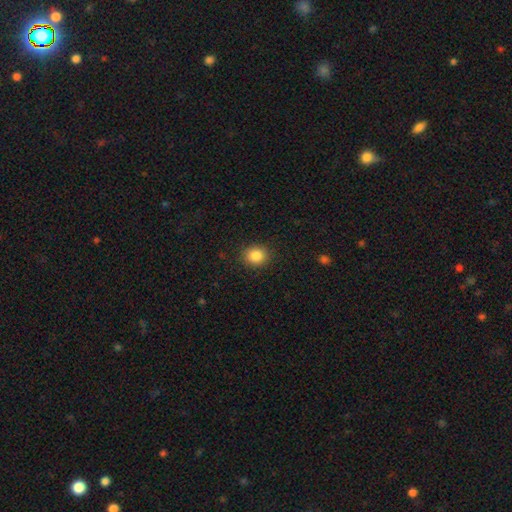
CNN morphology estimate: The model was most divided on "how rounded": round: 75%, in between: 24%, cigar-shaped: 1%. More confident: merging — none (89%); smooth or featured — smooth (86%).